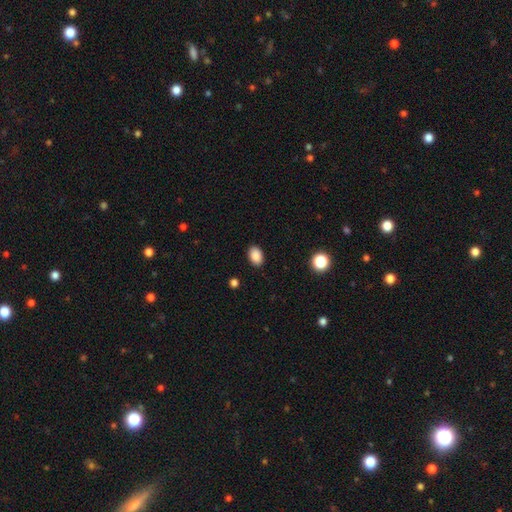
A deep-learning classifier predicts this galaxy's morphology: Smooth or featured? smooth (88%)
How rounded? in between (86%)
Merging? none (89%)